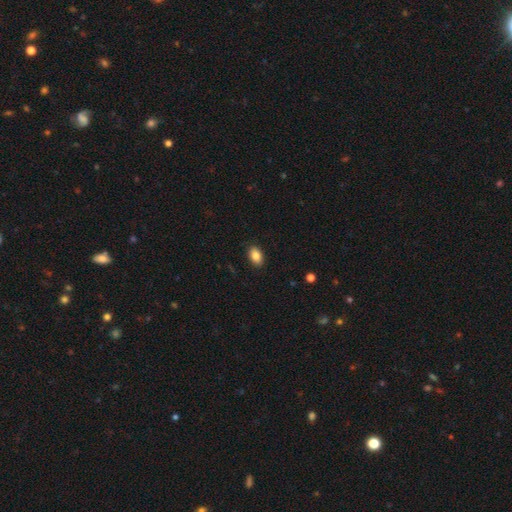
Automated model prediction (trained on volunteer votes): Smooth or featured: smooth — 85% (star or artifact — 8%)
How rounded: in between — 89% (round — 9%)
Merging: none — 89% (minor disturbance — 8%)